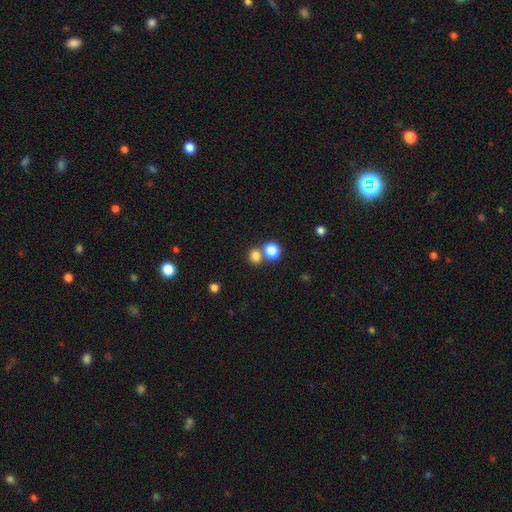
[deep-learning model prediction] Morphology: type=smooth (81%); roundness=round (70%); merging=none (53%).